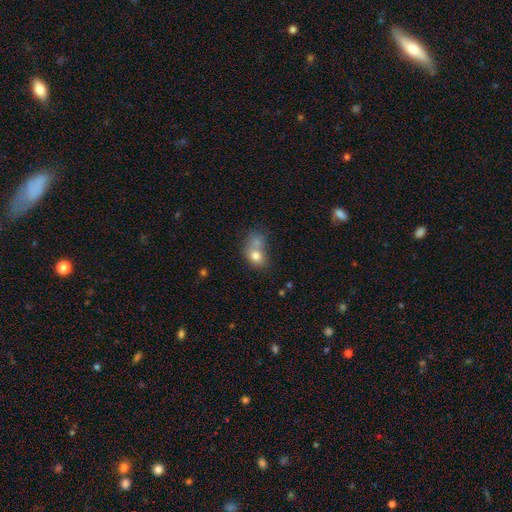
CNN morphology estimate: smooth 74%, featured or disk 16%, star or artifact 10%. Down the decision tree: how rounded — in between (60%); merging — merger (53%).